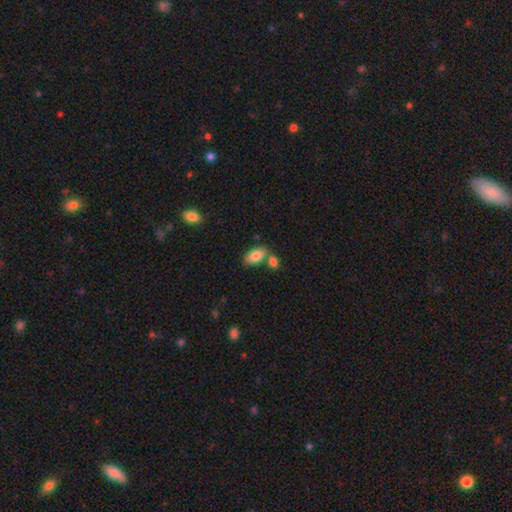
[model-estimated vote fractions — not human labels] Q: Smooth or featured?
A: smooth (83%); runner-up: featured or disk (10%)
Q: How rounded?
A: in between (93%); runner-up: round (5%)
Q: Merging?
A: none (57%); runner-up: merger (28%)